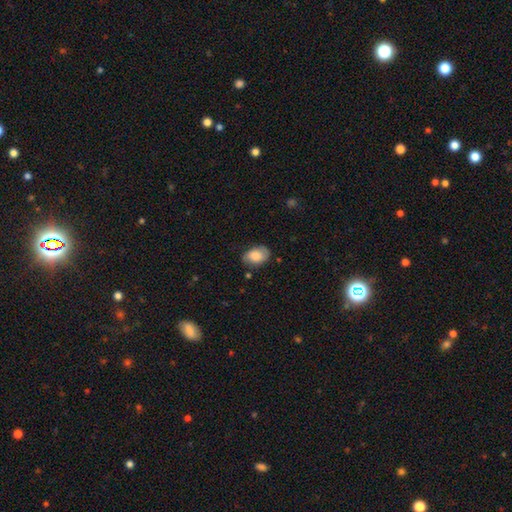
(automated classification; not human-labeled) smooth-or-featured: smooth: 75% | featured or disk: 18% | star or artifact: 7%
  how-rounded: in between: 86% | round: 13% | cigar-shaped: 1%
  merging: none: 73% | minor disturbance: 21% | major disturbance: 5% | merger: 2%